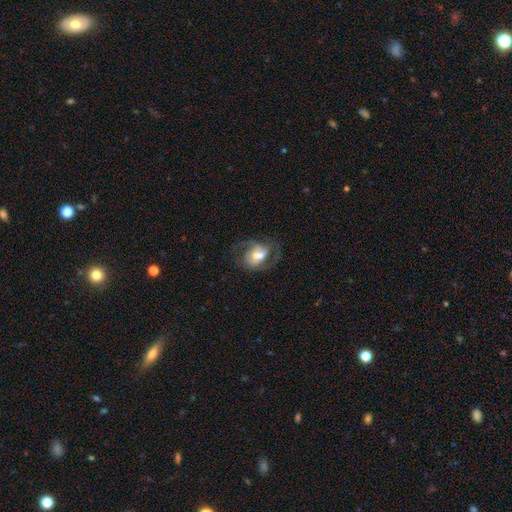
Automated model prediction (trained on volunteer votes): This appears to be a featured or disk galaxy (70%) with a weak bar (43%), 2 (77%) medium (49%) spiral arms (85%) and a moderate central bulge (56%). Merging: none (45%).